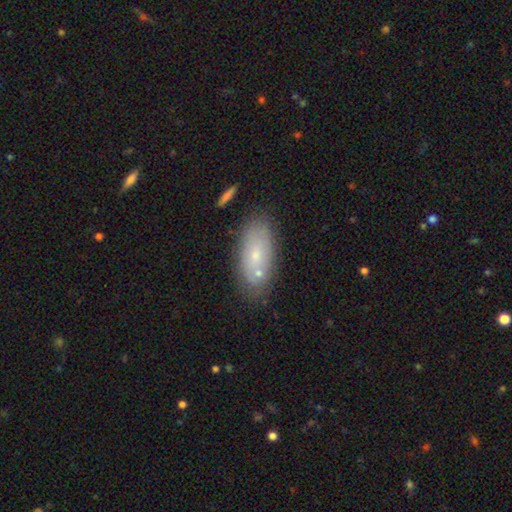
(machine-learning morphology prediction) Smooth or featured? smooth (61%)
How rounded? in between (87%)
Merging? none (71%)